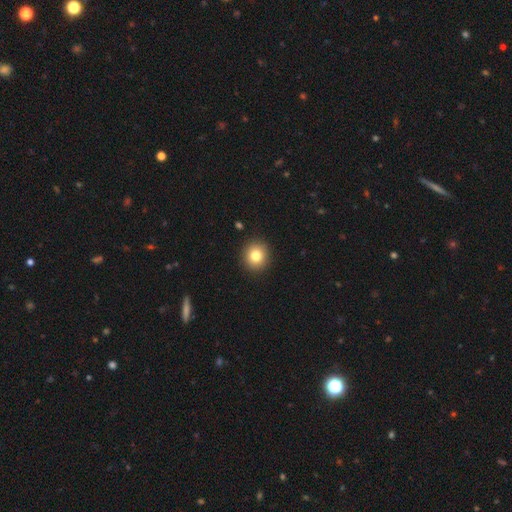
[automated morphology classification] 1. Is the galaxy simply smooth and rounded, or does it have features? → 81% smooth, 11% star or artifact, 9% featured or disk.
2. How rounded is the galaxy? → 90% round, 9% in between, 1% cigar-shaped.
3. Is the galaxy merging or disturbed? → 92% none, 5% minor disturbance, 2% major disturbance, 1% merger.